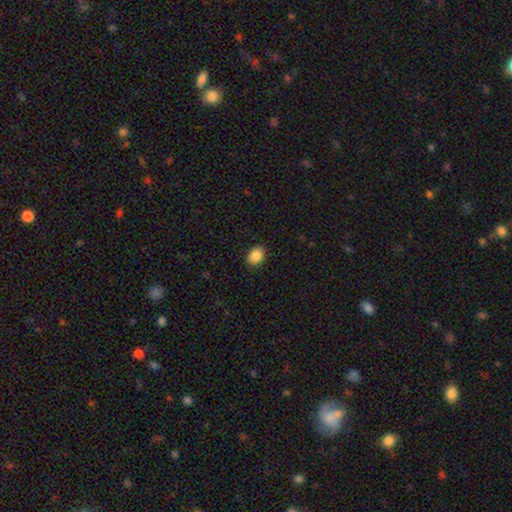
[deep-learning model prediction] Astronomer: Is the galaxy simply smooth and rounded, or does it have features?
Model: smooth — 87%.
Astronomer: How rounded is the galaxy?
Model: in between — 55% (runner-up: round, 44%).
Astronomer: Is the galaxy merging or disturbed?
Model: none — 85%.